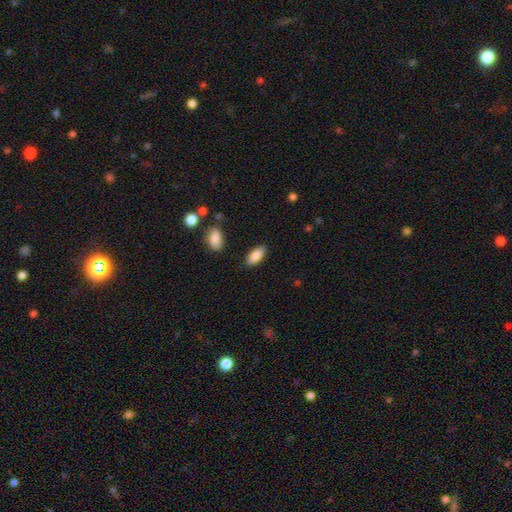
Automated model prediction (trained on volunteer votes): smooth-or-featured: smooth: 85% | featured or disk: 8% | star or artifact: 7%
  how-rounded: in between: 88% | cigar-shaped: 10% | round: 2%
  merging: none: 86% | minor disturbance: 10% | major disturbance: 2% | merger: 2%